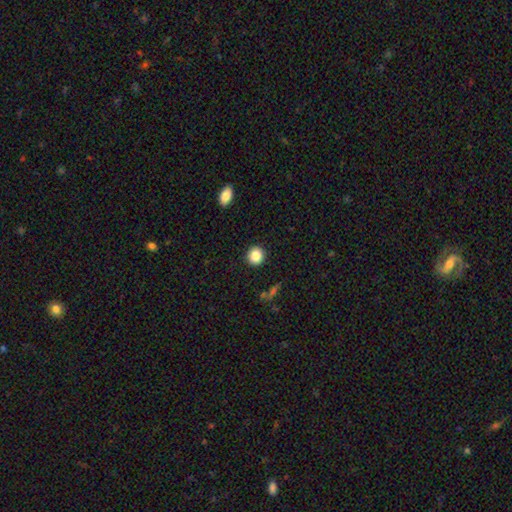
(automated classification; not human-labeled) This is clearly a smooth galaxy (85%). How rounded: clearly round (91%). Merging: clearly none (92%).